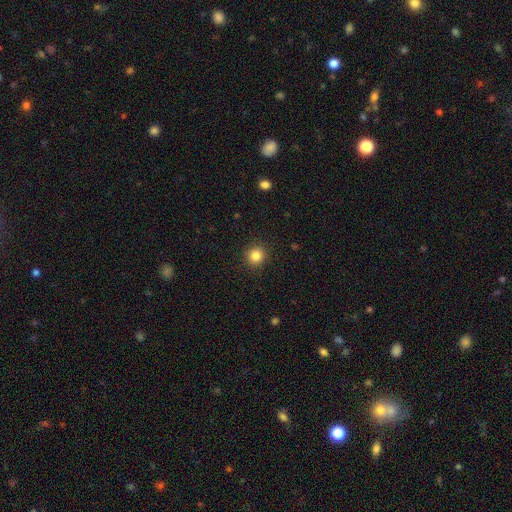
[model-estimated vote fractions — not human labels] A smooth galaxy with no disk features (84%) that is round (91%). Merging: none (91%).